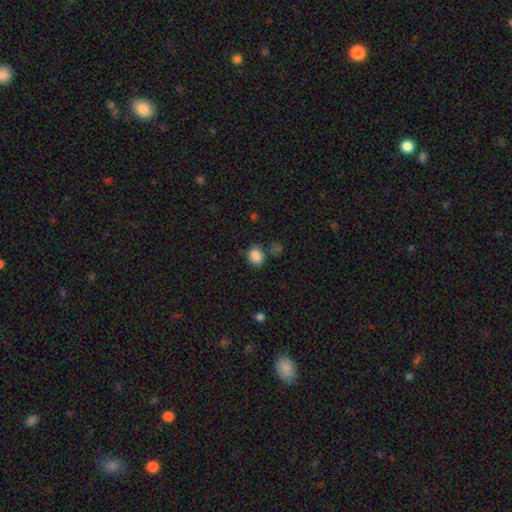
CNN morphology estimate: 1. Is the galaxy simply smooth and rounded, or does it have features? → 85% smooth, 10% star or artifact, 4% featured or disk.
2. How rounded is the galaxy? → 50% round, 49% in between, 1% cigar-shaped.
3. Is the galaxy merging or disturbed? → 69% none, 17% minor disturbance, 8% merger, 5% major disturbance.